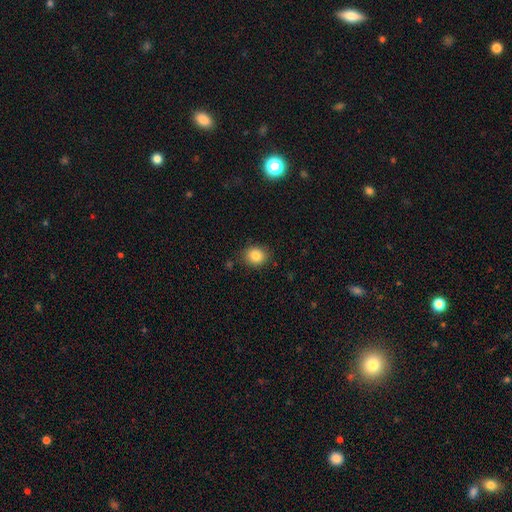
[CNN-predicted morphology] A smooth galaxy with no disk features (84%) that is round (69%).

Vote fractions:
- Smooth or featured? smooth: 84% / star or artifact: 10% / featured or disk: 6%
- How rounded? round: 69% / in between: 30% / cigar-shaped: 1%
- Merging? none: 85% / minor disturbance: 10% / major disturbance: 3% / merger: 2%